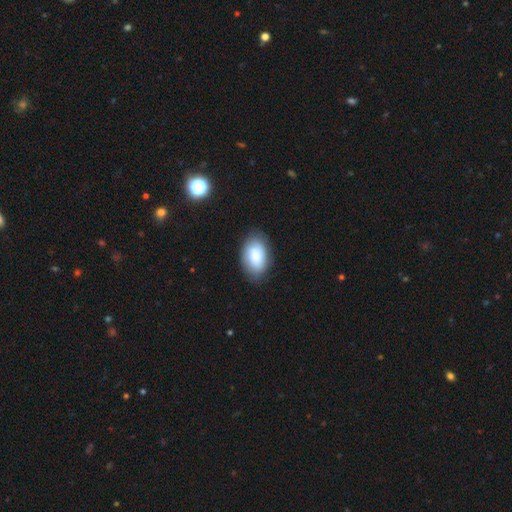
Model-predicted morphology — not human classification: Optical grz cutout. It shows a smooth galaxy with no disk features (85%) that is in between round and cigar-shaped (92%). Merging: none (81%).